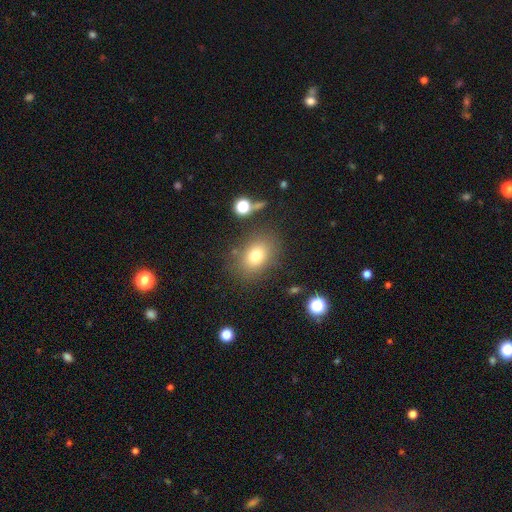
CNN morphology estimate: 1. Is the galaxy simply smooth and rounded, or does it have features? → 76% smooth, 13% star or artifact, 11% featured or disk.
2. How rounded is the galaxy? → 65% in between, 34% round, 1% cigar-shaped.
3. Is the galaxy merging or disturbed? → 79% none, 12% minor disturbance, 5% major disturbance, 4% merger.